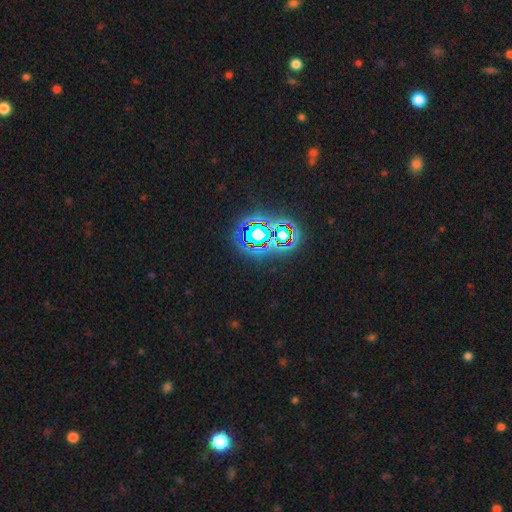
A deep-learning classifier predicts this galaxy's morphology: A star or artifact, not a galaxy (71%).

Vote fractions:
- Smooth or featured? star or artifact: 71% / smooth: 18% / featured or disk: 10%